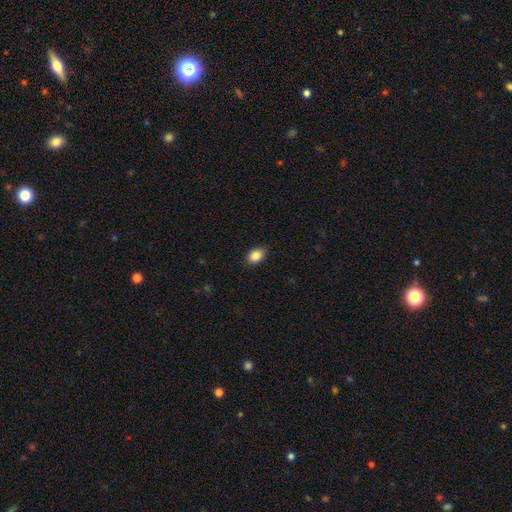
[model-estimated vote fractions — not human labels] Morphology: type=smooth (87%); roundness=in between (79%); merging=none (88%).